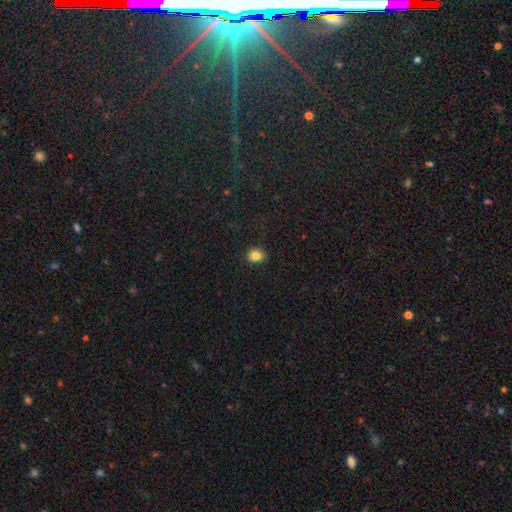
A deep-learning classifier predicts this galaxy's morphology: A smooth galaxy with no disk features (84%) that is round (63%). Merging: none (89%).